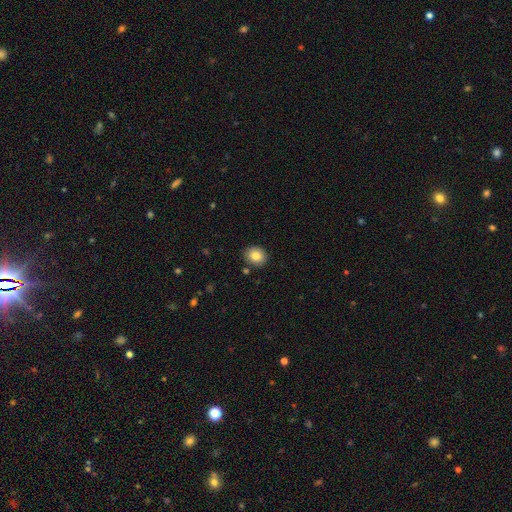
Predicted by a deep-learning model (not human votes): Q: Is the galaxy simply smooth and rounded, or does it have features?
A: smooth — 84%.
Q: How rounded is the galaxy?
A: round — 64%.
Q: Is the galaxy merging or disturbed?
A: none — 87%.